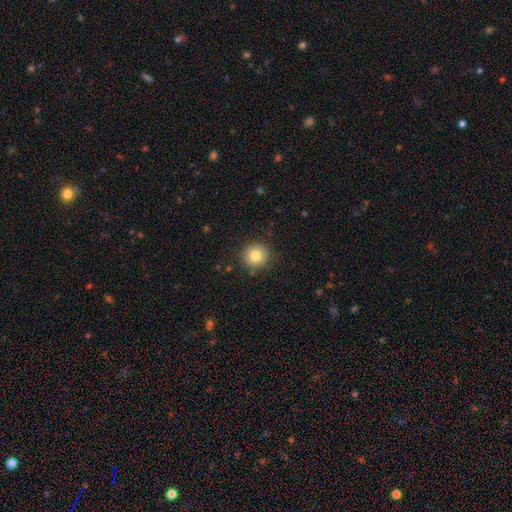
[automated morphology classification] smooth 81%, star or artifact 10%, featured or disk 9%. Down the decision tree: how rounded — round (93%); merging — none (89%).